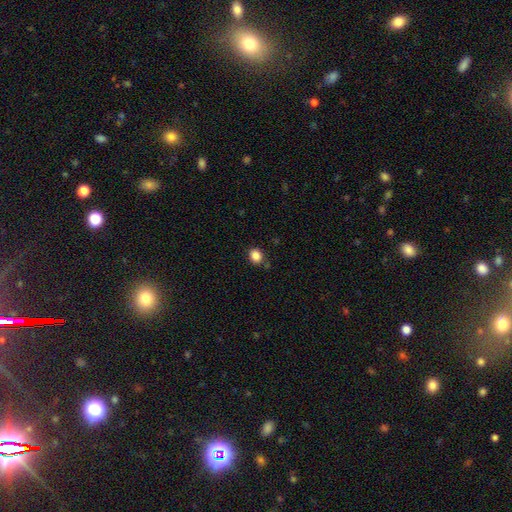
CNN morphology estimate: Overall: smooth (85%). How rounded: round (63%; in between 36%). Merging: none (80%).